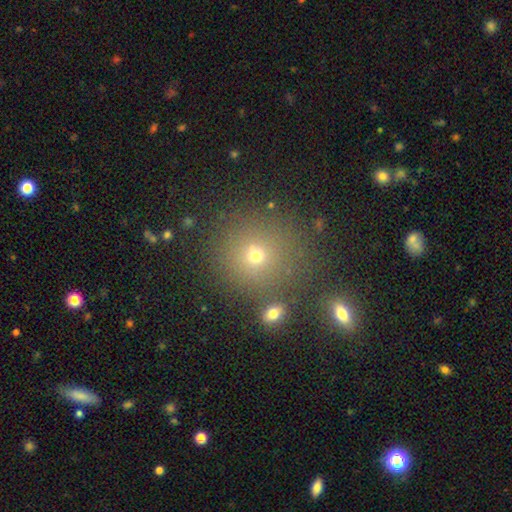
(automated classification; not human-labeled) Overall: smooth (67%). How rounded: round (86%). Merging: none (76%).